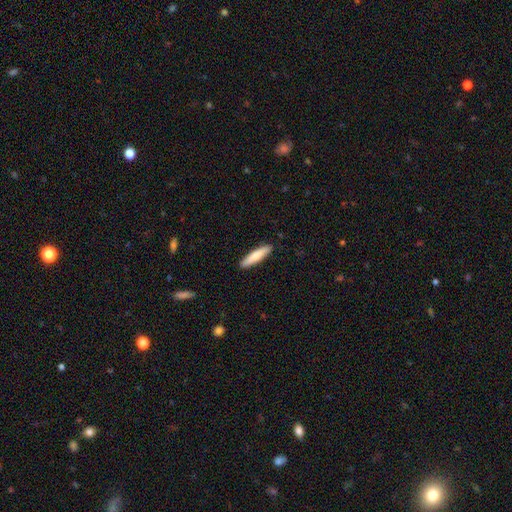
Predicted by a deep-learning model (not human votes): A smooth galaxy with no disk features (75%) that is cigar-shaped (83%). Merging: none (90%).